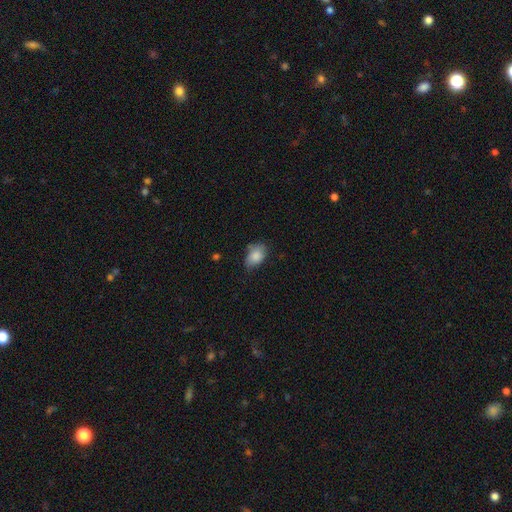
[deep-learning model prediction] The model was most divided on "merging": none: 56%, minor disturbance: 34%, major disturbance: 7%, merger: 4%. More confident: how rounded — in between (87%); smooth or featured — smooth (84%).